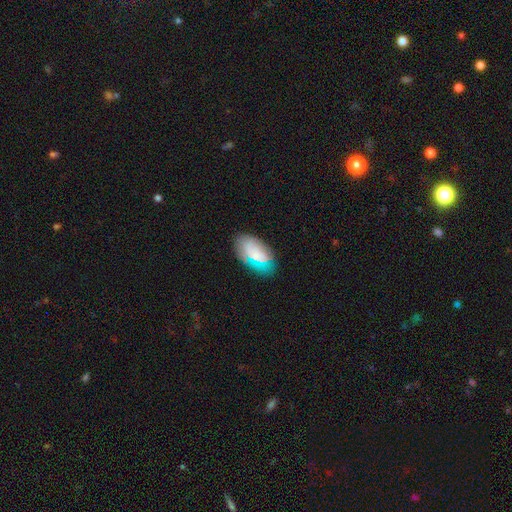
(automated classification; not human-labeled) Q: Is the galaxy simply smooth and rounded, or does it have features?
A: smooth — 66%.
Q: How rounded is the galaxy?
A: in between — 93%.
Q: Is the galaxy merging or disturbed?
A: none — 70%.